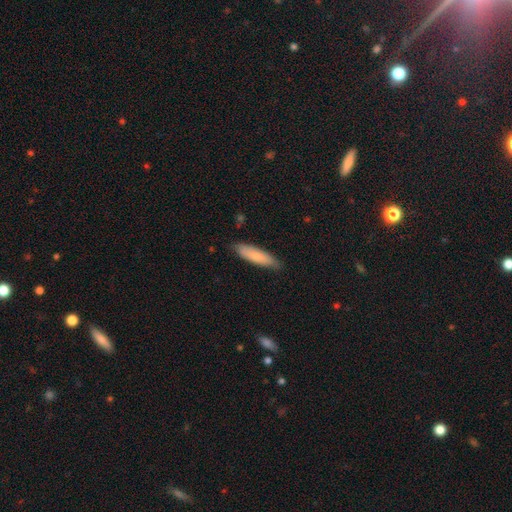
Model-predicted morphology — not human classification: Smooth or featured: smooth — 81% (featured or disk — 14%)
How rounded: cigar-shaped — 68% (in between — 30%)
Merging: none — 84% (minor disturbance — 13%)